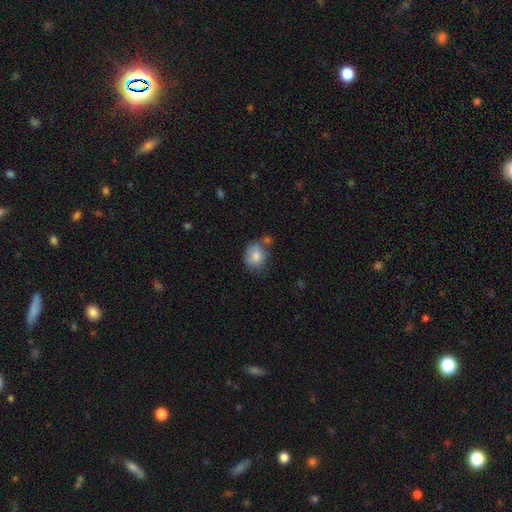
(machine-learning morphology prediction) The model was most divided on "how rounded": round: 52%, in between: 47%, cigar-shaped: 1%. More confident: smooth or featured — smooth (81%); merging — none (52%).